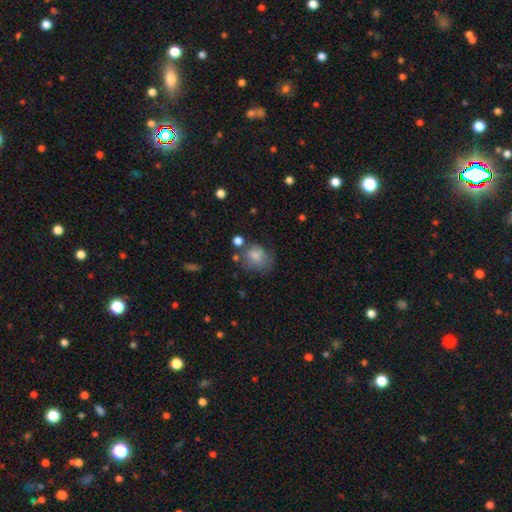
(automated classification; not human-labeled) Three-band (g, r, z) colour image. It shows a smooth galaxy with no disk features (78%) that is round (54%). Merging: none (47%).